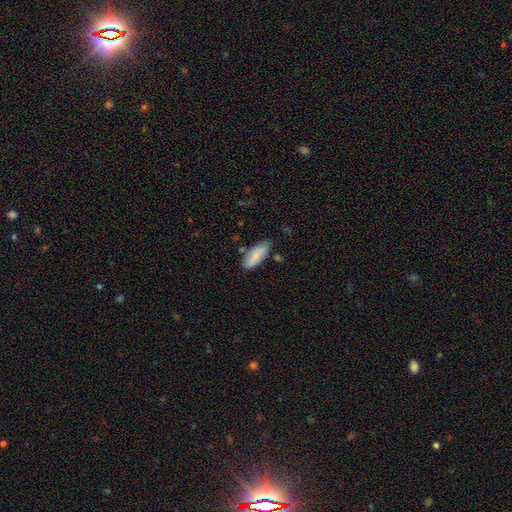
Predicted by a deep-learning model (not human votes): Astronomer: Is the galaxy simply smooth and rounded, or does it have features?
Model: smooth — 80%.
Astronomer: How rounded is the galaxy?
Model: in between — 80%.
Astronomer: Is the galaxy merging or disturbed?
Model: none — 70%.